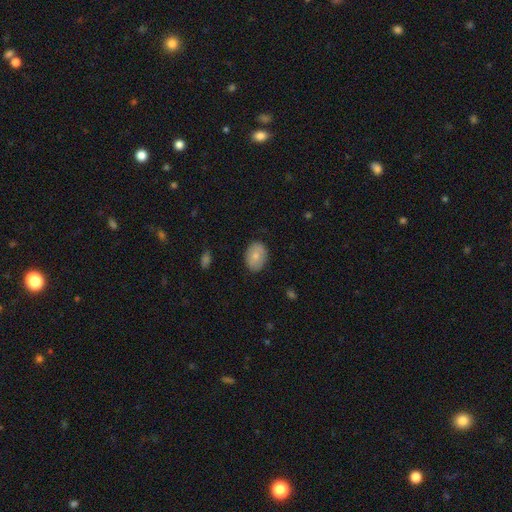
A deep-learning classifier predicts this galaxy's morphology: Smooth or featured? Predicted: smooth (p=0.76). How rounded? Predicted: in between (p=0.75). Merging? Predicted: none (p=0.85).